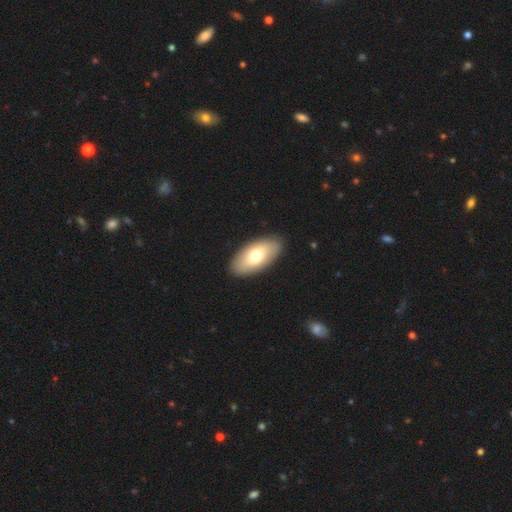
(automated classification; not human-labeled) Smooth or featured: smooth — 69% (featured or disk — 25%)
How rounded: in between — 93% (cigar-shaped — 4%)
Merging: none — 89% (minor disturbance — 8%)